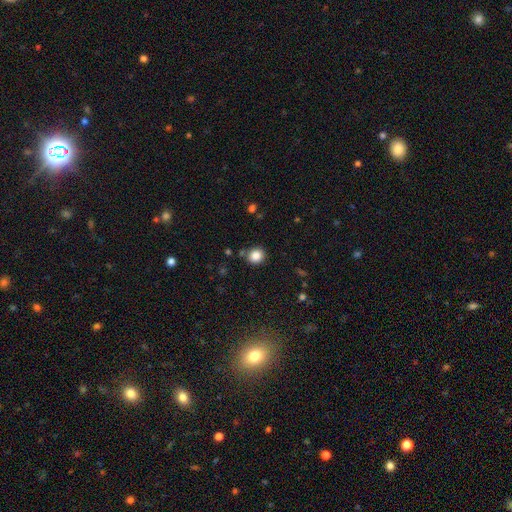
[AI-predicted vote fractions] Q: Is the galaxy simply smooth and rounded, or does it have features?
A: smooth — 85%.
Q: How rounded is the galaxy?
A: round — 86%.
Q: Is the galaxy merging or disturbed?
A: none — 83%.